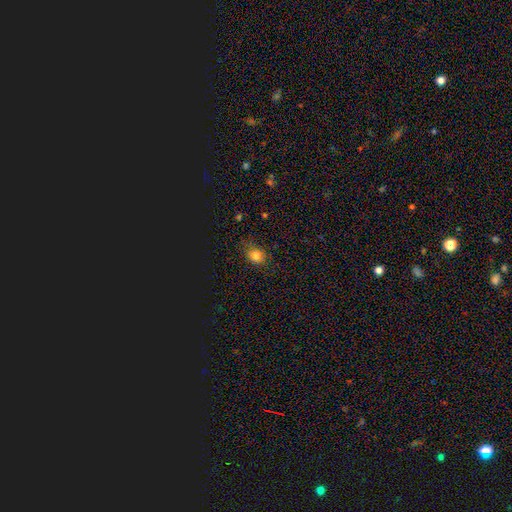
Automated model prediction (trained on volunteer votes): smooth_or_featured: smooth (p=0.79) [alt: star or artifact p=0.14]
how_rounded: round (p=0.60) [alt: in between p=0.38]
merging: none (p=0.76) [alt: minor disturbance p=0.18]